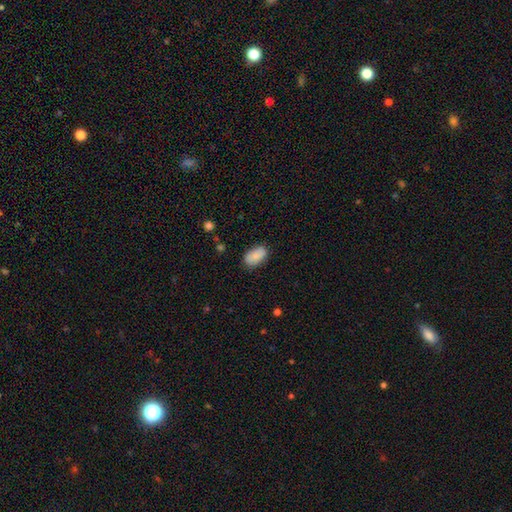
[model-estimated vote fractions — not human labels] Smooth or featured? Predicted: smooth (p=0.84). How rounded? Predicted: in between (p=0.93). Merging? Predicted: none (p=0.80).